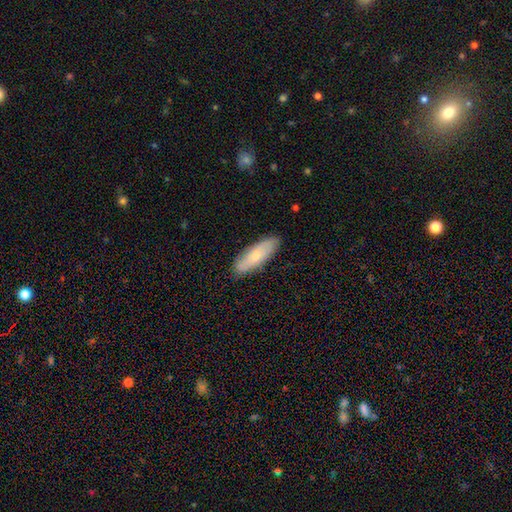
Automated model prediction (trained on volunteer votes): Smooth or featured?
  - smooth: 70% *
  - featured or disk: 24%
  - star or artifact: 6%
How rounded?
  - in between: 52% *
  - cigar-shaped: 46%
  - round: 2%
Merging?
  - none: 86% *
  - minor disturbance: 11%
  - major disturbance: 2%
  - merger: 1%